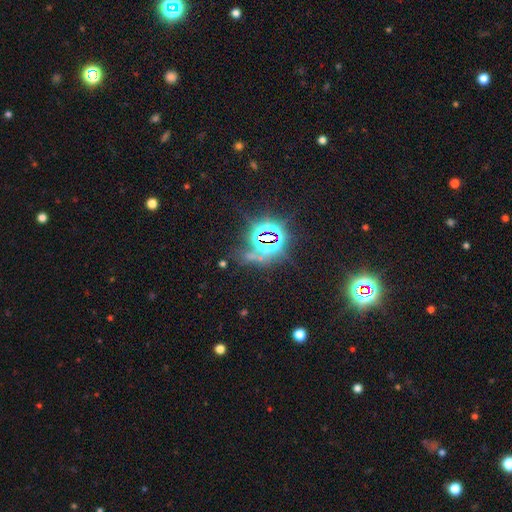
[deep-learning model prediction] Smooth or featured: star or artifact — 83% (smooth — 10%)